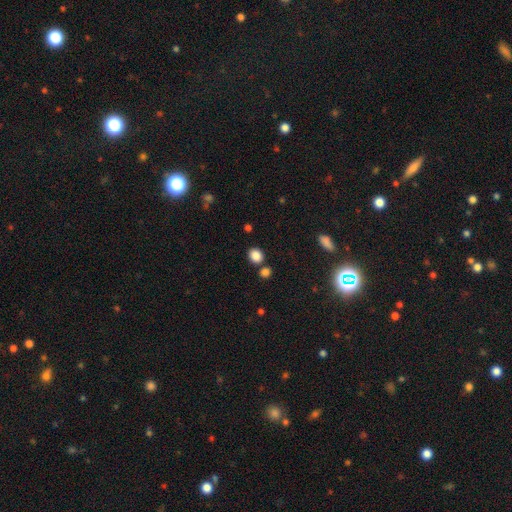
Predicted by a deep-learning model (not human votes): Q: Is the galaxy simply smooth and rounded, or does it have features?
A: smooth — 85%.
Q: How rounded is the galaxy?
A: round — 63%.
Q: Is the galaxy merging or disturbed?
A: none — 74%.